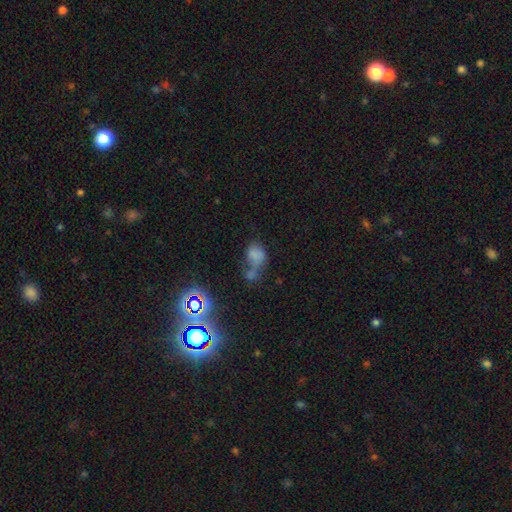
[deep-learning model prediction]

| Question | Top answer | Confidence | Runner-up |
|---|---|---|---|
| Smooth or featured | smooth | 65% | star or artifact (19%) |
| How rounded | in between | 69% | round (29%) |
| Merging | merger | 48% | none (20%) |